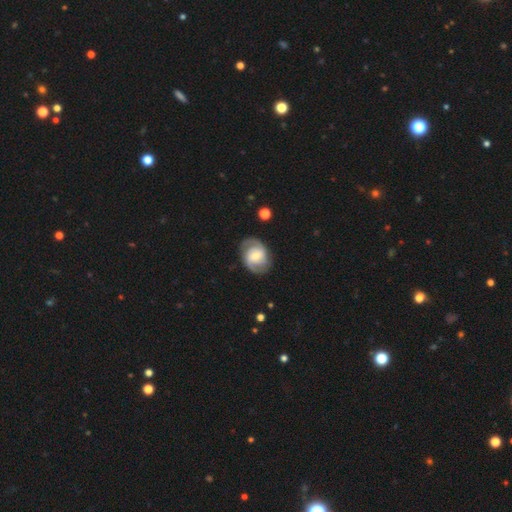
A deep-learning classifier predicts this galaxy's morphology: Overall: featured or disk (78%). Edge-on disk: no (97%). Bar: no (49%; weak 39%). Spiral arms: yes (93%). Spiral arm count: 2 (82%). Spiral winding: medium (45%; tight 42%). Bulge size: moderate (51%; small 41%). Merging: none (80%).